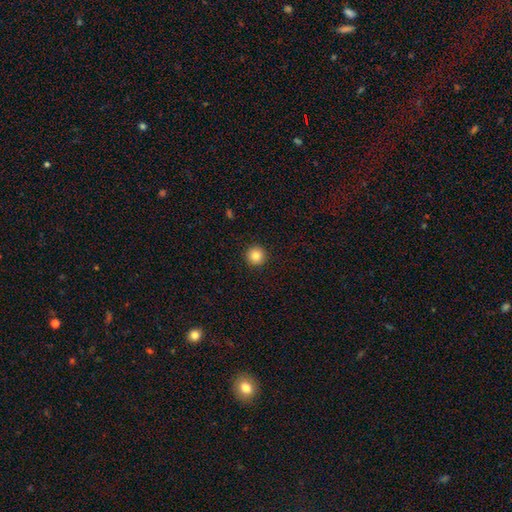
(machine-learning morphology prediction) smooth_or_featured: smooth (p=0.85) [alt: star or artifact p=0.10]
how_rounded: round (p=0.96) [alt: in between p=0.03]
merging: none (p=0.93) [alt: minor disturbance p=0.04]